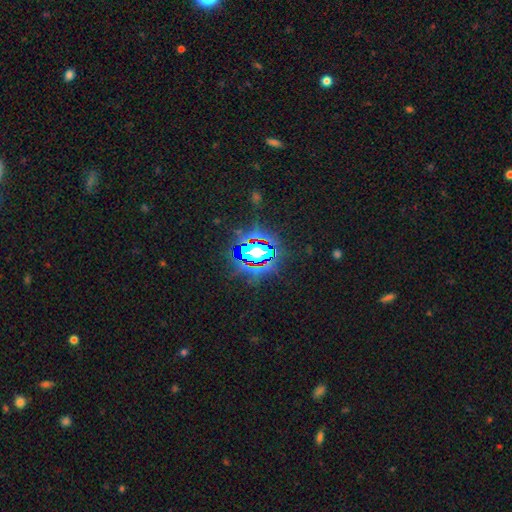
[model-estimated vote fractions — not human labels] Q: Smooth or featured?
A: star or artifact (83%); runner-up: smooth (10%)